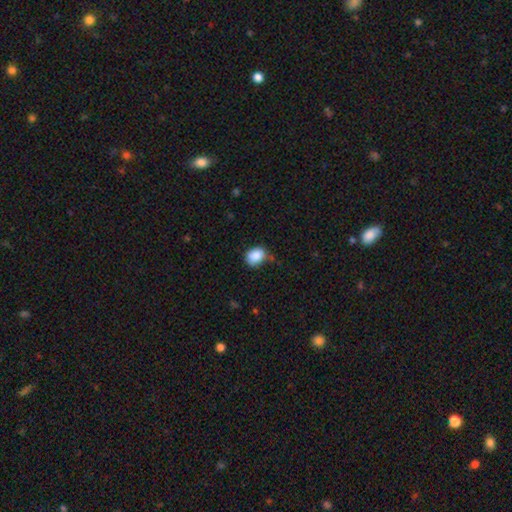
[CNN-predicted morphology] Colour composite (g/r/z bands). It shows a smooth galaxy with no disk features (87%) that is in between round and cigar-shaped (58%). Merging: none (65%).